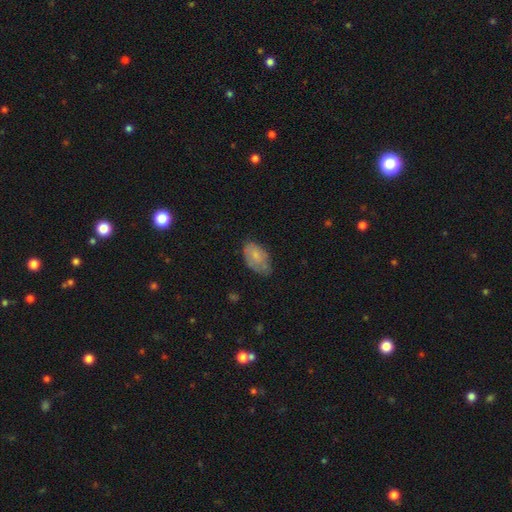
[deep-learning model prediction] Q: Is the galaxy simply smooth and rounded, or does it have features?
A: smooth — 71%.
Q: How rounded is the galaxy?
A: in between — 92%.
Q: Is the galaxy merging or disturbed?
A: none — 55%.